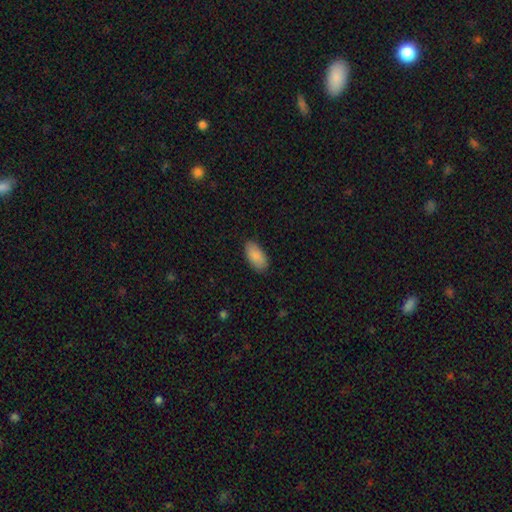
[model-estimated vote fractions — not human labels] smooth_or_featured: smooth (p=0.87) [alt: featured or disk p=0.07]
how_rounded: in between (p=0.94) [alt: cigar-shaped p=0.04]
merging: none (p=0.86) [alt: minor disturbance p=0.11]